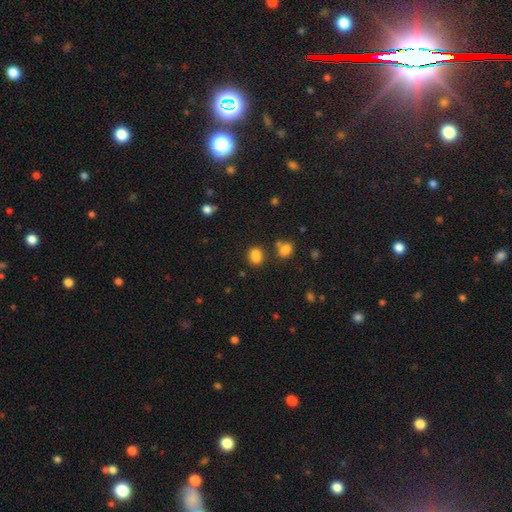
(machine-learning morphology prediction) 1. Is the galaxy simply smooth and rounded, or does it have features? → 82% smooth, 13% star or artifact, 5% featured or disk.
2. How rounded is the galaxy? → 58% in between, 41% round, 1% cigar-shaped.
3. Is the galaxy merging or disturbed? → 65% none, 15% merger, 15% minor disturbance, 5% major disturbance.